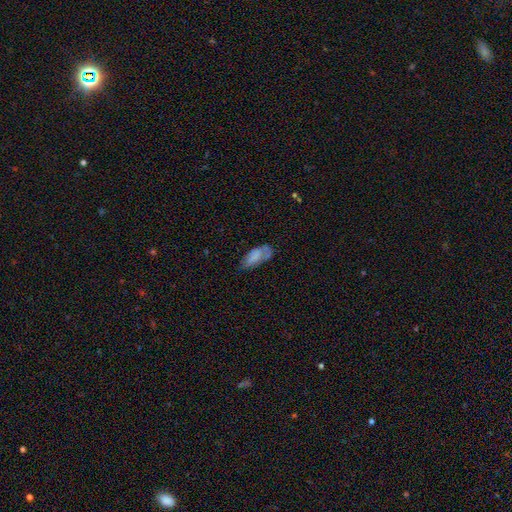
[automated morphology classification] Smooth or featured?
  - smooth: 69% *
  - featured or disk: 23%
  - star or artifact: 8%
How rounded?
  - in between: 88% *
  - cigar-shaped: 10%
  - round: 2%
Merging?
  - none: 44% *
  - minor disturbance: 33%
  - major disturbance: 18%
  - merger: 5%